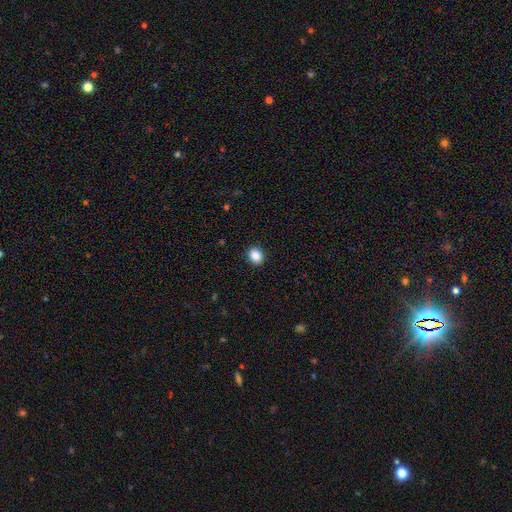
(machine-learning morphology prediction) Smooth or featured: smooth — 87% (star or artifact — 9%)
How rounded: round — 62% (in between — 37%)
Merging: none — 91% (minor disturbance — 6%)